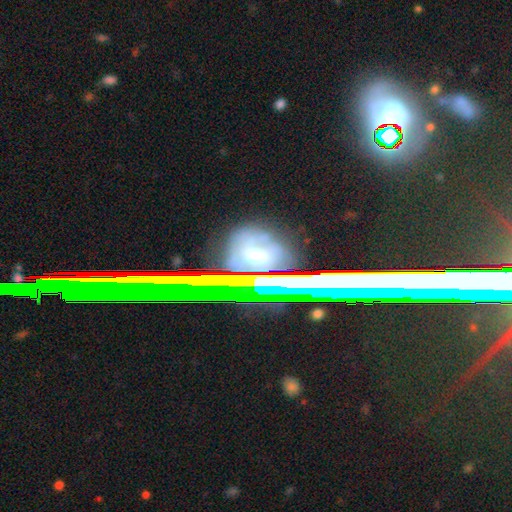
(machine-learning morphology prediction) This appears to be a featured or disk galaxy (42%). Merging: none (68%).